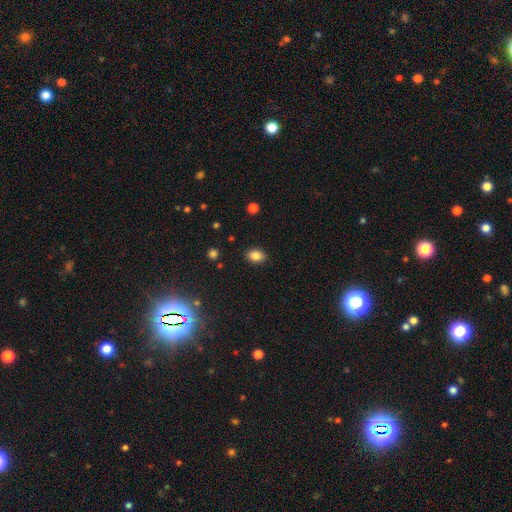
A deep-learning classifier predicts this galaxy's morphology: Smooth or featured: smooth — 85% (star or artifact — 10%)
How rounded: in between — 73% (round — 26%)
Merging: none — 88% (minor disturbance — 9%)